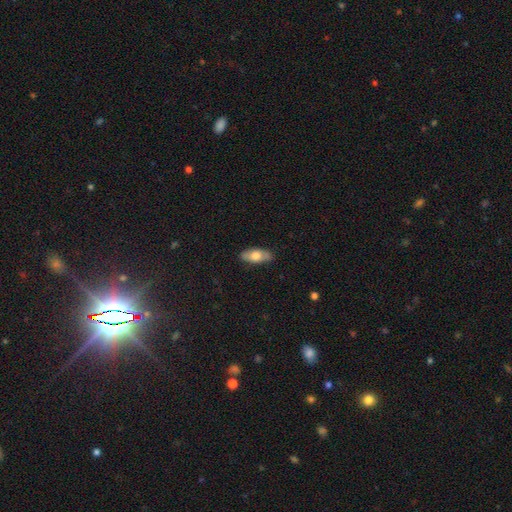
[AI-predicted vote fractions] This is likely a smooth galaxy (66%). How rounded: clearly in between (85%). Merging: clearly none (86%).